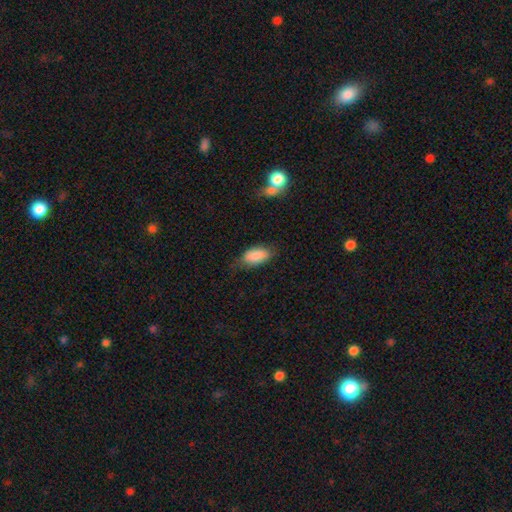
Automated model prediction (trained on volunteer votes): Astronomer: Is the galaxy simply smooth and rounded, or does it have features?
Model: smooth — 85%.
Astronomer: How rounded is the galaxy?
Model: in between — 92%.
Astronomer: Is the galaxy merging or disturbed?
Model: none — 65%.